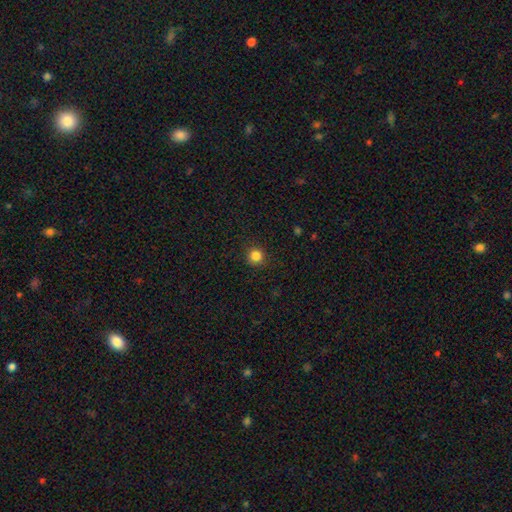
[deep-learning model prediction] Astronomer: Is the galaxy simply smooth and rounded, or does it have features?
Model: smooth — 84%.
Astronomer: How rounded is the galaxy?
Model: round — 95%.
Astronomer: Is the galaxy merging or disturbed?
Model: none — 91%.